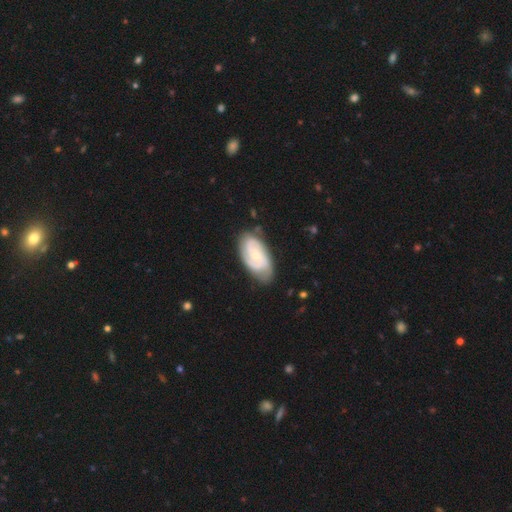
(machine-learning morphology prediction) Overall: featured or disk (79%). Edge-on disk: no (96%). Bar: no (61%; weak 33%). Spiral arms: yes (95%). Spiral arm count: 2 (58%). Spiral winding: tight (52%; medium 38%). Bulge size: small (63%; moderate 32%). Merging: none (74%).